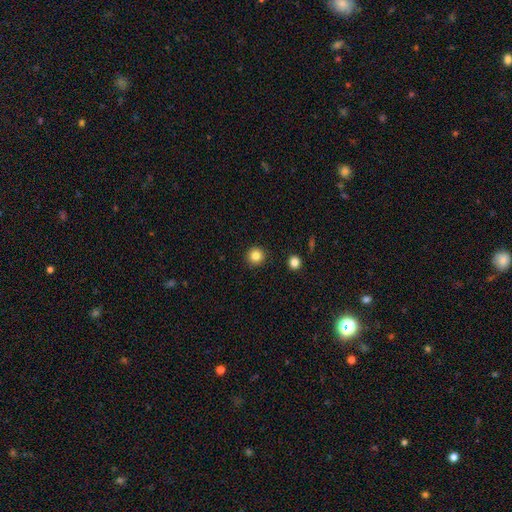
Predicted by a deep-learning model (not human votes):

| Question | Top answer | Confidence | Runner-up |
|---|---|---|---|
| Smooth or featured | smooth | 83% | star or artifact (11%) |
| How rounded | round | 95% | in between (4%) |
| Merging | none | 92% | minor disturbance (5%) |